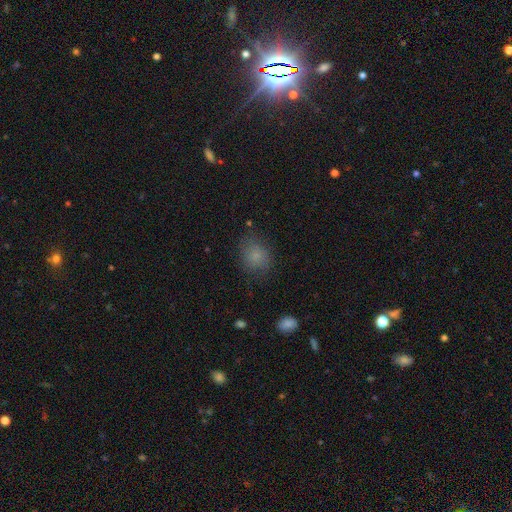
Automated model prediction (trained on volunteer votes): A smooth galaxy with no disk features (77%) that is round (55%).

Vote fractions:
- Smooth or featured? smooth: 77% / star or artifact: 12% / featured or disk: 10%
- How rounded? round: 55% / in between: 44% / cigar-shaped: 1%
- Merging? none: 71% / minor disturbance: 20% / major disturbance: 8% / merger: 2%